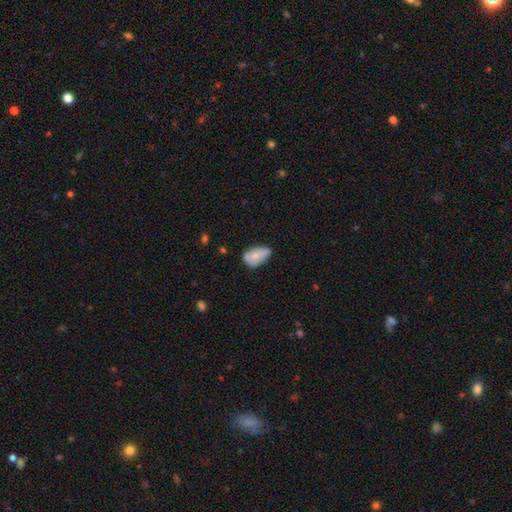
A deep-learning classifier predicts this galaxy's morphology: Smooth or featured?
  - smooth: 66% *
  - featured or disk: 26%
  - star or artifact: 8%
How rounded?
  - in between: 90% *
  - round: 7%
  - cigar-shaped: 3%
Merging?
  - none: 42% *
  - minor disturbance: 39%
  - major disturbance: 12%
  - merger: 7%